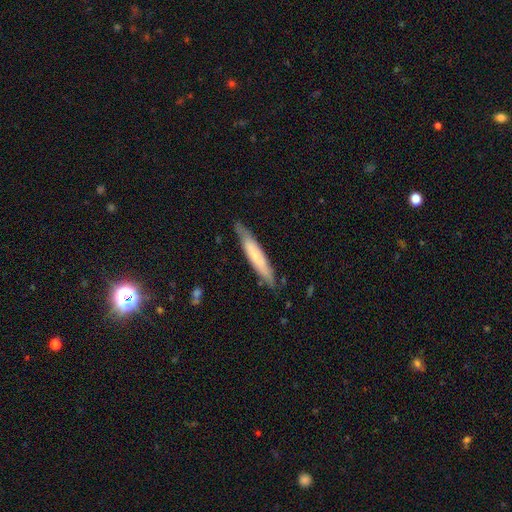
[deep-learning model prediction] A smooth galaxy with no disk features (55%) that is cigar-shaped (90%). Merging: none (80%).